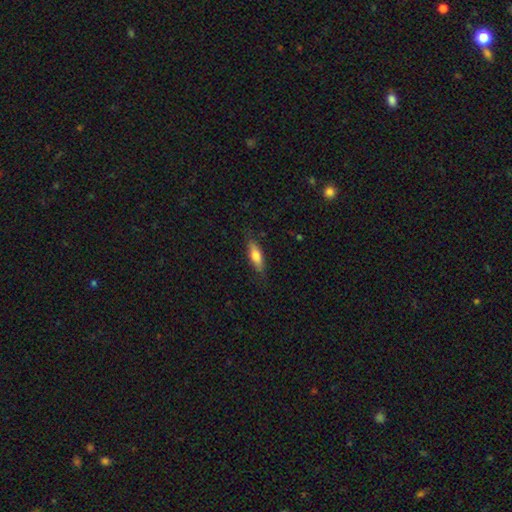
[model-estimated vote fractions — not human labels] Smooth or featured: smooth — 70% (featured or disk — 24%)
How rounded: in between — 49% (tied with cigar-shaped — 49%)
Merging: none — 81% (minor disturbance — 15%)